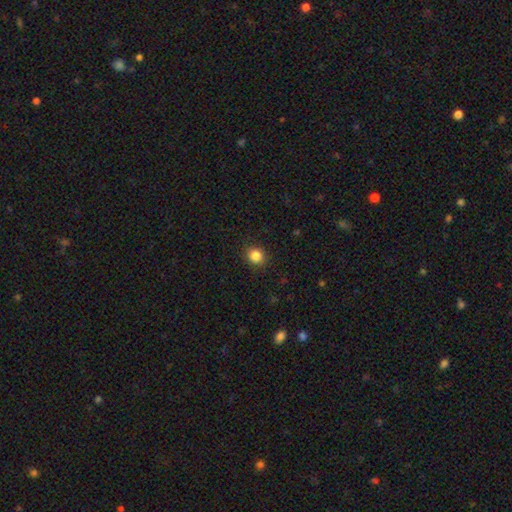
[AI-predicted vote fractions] Smooth or featured: smooth — 85% (star or artifact — 11%)
How rounded: round — 85% (in between — 14%)
Merging: none — 90% (minor disturbance — 6%)